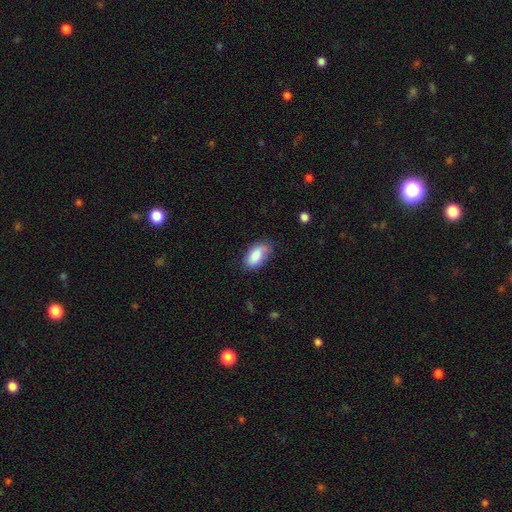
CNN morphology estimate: Overall: smooth (84%). How rounded: in between (93%). Merging: none (66%; minor disturbance 27%).